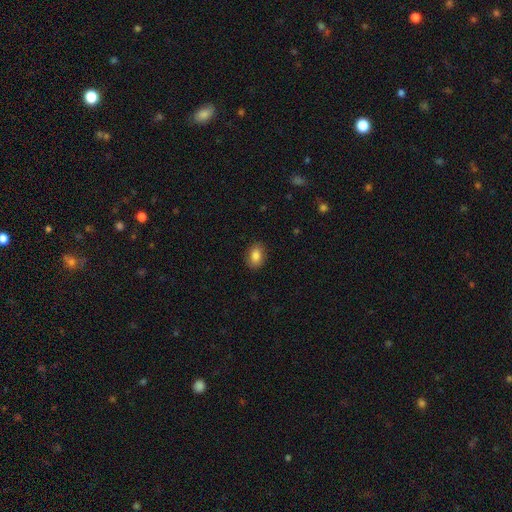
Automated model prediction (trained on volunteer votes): A smooth galaxy with no disk features (85%) that is in between round and cigar-shaped (74%). Merging: none (87%).